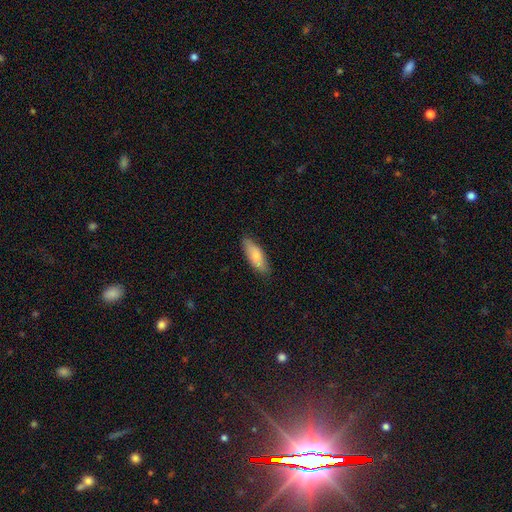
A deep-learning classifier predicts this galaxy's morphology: Smooth or featured? Predicted: smooth (p=0.78). How rounded? Predicted: in between (p=0.68). Merging? Predicted: none (p=0.81).